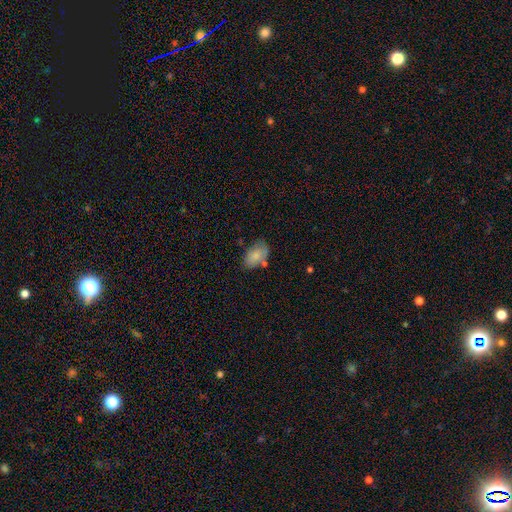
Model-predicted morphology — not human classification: smooth 80%, featured or disk 13%, star or artifact 7%. Down the decision tree: how rounded — in between (90%); merging — none (60%).